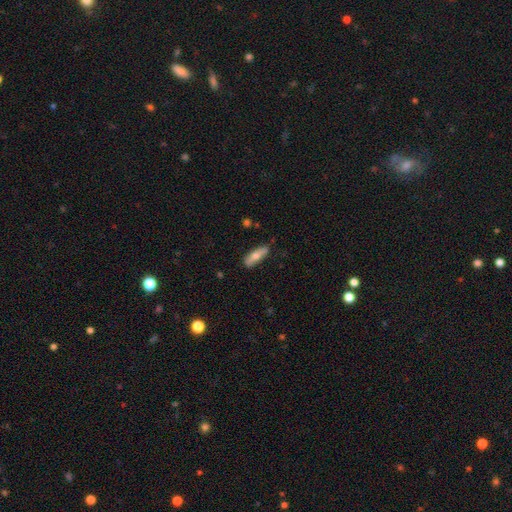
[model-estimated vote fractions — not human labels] smooth-or-featured: smooth: 62% | featured or disk: 32% | star or artifact: 6%
  how-rounded: cigar-shaped: 49% | in between: 48% | round: 3%
  merging: none: 81% | minor disturbance: 15% | major disturbance: 3% | merger: 2%